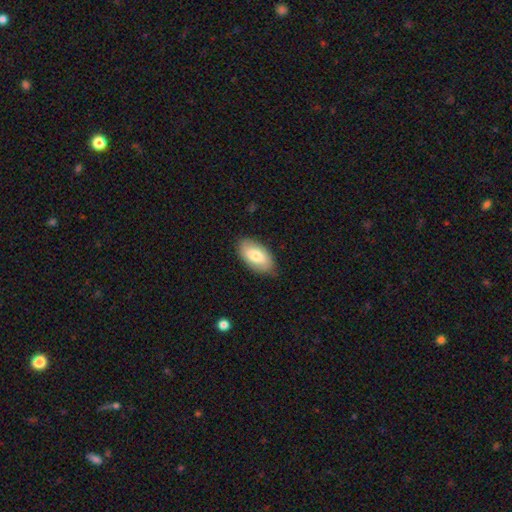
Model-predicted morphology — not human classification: The model was most divided on "smooth or featured": smooth: 76%, featured or disk: 18%, star or artifact: 6%. More confident: how rounded — in between (95%); merging — none (84%).